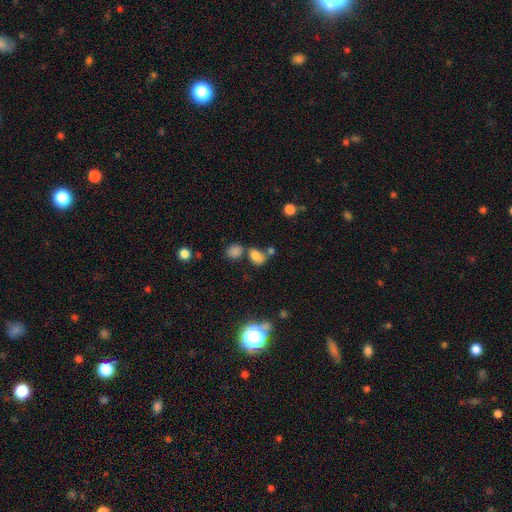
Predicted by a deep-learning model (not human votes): Smooth or featured: smooth — 75% (star or artifact — 16%)
How rounded: in between — 75% (round — 23%)
Merging: none — 52% (merger — 27%)